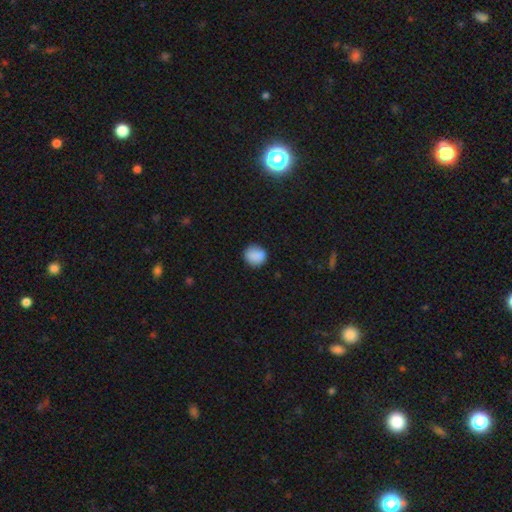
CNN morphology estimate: A smooth galaxy with no disk features (88%) that is round (84%). Merging: none (85%).